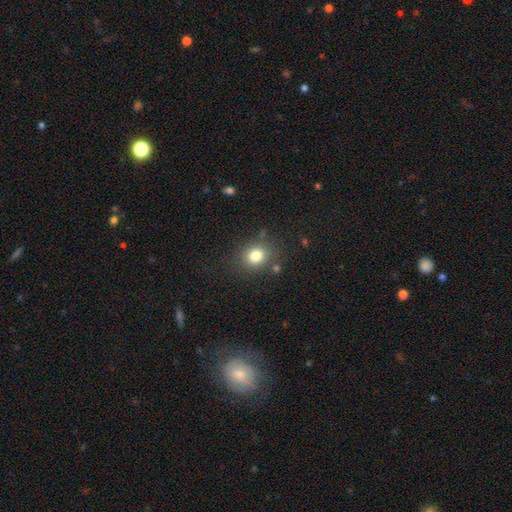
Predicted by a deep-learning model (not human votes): Smooth or featured?
  - smooth: 80% *
  - star or artifact: 13%
  - featured or disk: 7%
How rounded?
  - round: 68% *
  - in between: 31%
  - cigar-shaped: 1%
Merging?
  - none: 80% *
  - minor disturbance: 12%
  - major disturbance: 4%
  - merger: 4%